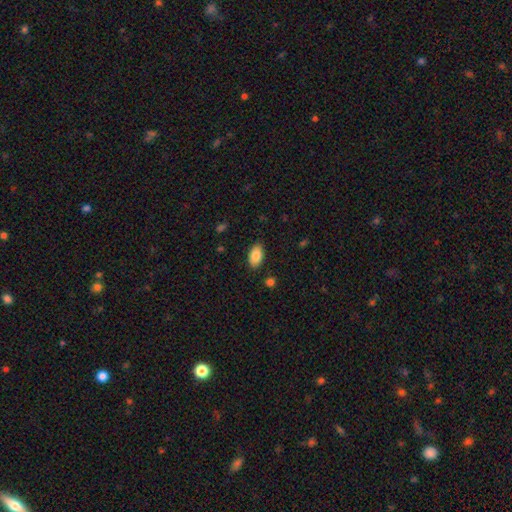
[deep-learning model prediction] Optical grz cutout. It shows a smooth galaxy with no disk features (87%) that is in between round and cigar-shaped (94%). Merging: none (87%).